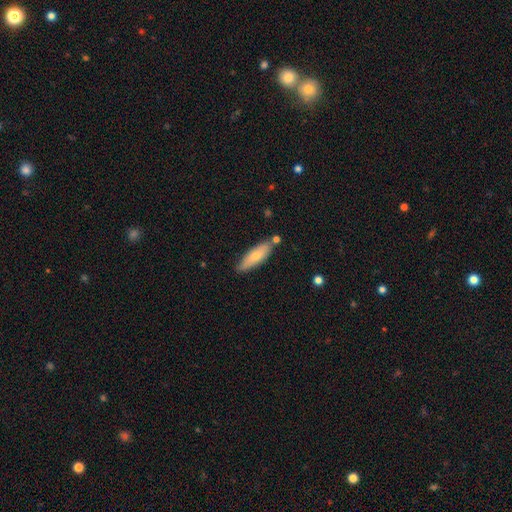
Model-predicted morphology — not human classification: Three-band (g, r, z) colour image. It shows a smooth galaxy with no disk features (72%) that is cigar-shaped (50%). Merging: none (74%).